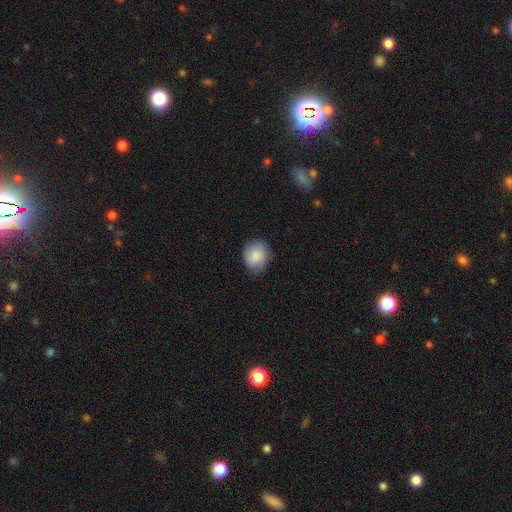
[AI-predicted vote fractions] Smooth or featured?
  - smooth: 82% *
  - featured or disk: 11%
  - star or artifact: 7%
How rounded?
  - round: 59% *
  - in between: 40%
  - cigar-shaped: 1%
Merging?
  - none: 77% *
  - minor disturbance: 18%
  - major disturbance: 4%
  - merger: 1%